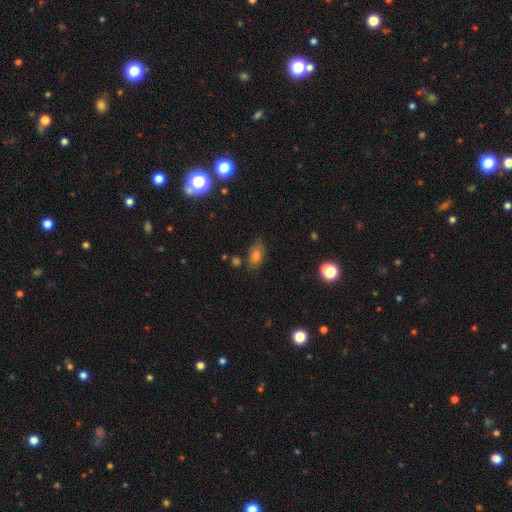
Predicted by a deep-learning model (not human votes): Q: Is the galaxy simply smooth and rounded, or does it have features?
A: smooth — 72%.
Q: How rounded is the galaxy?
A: in between — 85%.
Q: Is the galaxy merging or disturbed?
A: none — 73%.